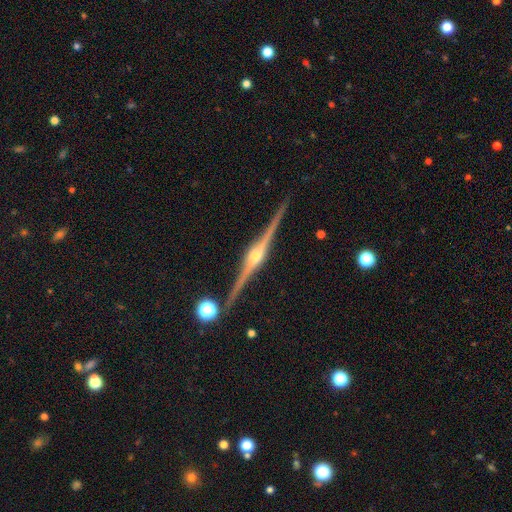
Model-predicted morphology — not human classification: A featured or disk galaxy (90%) viewed edge-on (99%) with a rounded central bulge (90%). Merging: none (90%).